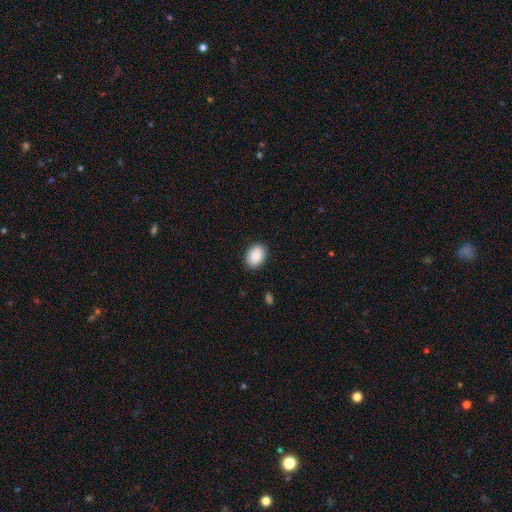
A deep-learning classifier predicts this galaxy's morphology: Smooth or featured: smooth — 89% (star or artifact — 7%)
How rounded: in between — 75% (round — 24%)
Merging: none — 87% (minor disturbance — 10%)